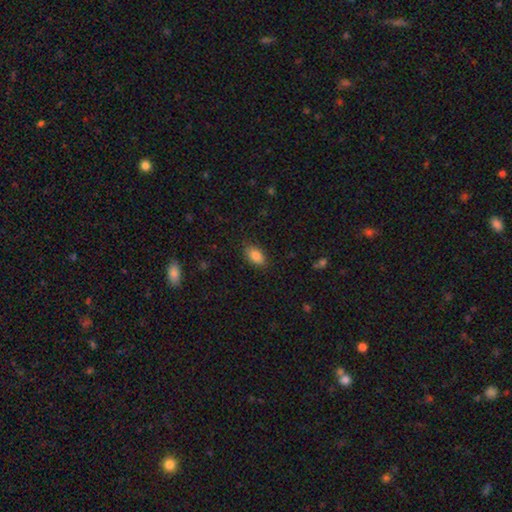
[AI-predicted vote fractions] smooth 86%, star or artifact 9%, featured or disk 6%. Down the decision tree: how rounded — in between (90%); merging — none (82%).